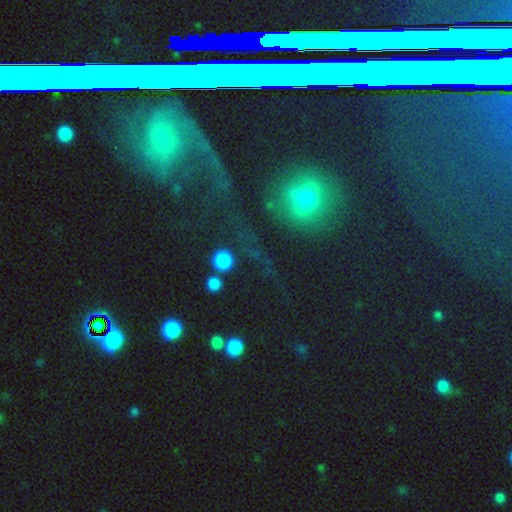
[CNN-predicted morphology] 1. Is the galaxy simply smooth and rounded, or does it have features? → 56% star or artifact, 24% smooth, 20% featured or disk.